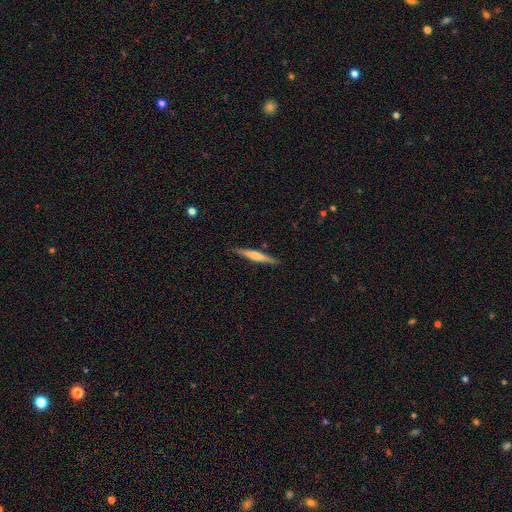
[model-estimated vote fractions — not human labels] Q: Smooth or featured?
A: featured or disk (52%); runner-up: smooth (43%)
Q: Edge-on disk?
A: yes (97%); runner-up: no (3%)
Q: Edge-on bulge?
A: rounded (54%); runner-up: none (24%)
Q: Merging?
A: none (89%); runner-up: minor disturbance (8%)